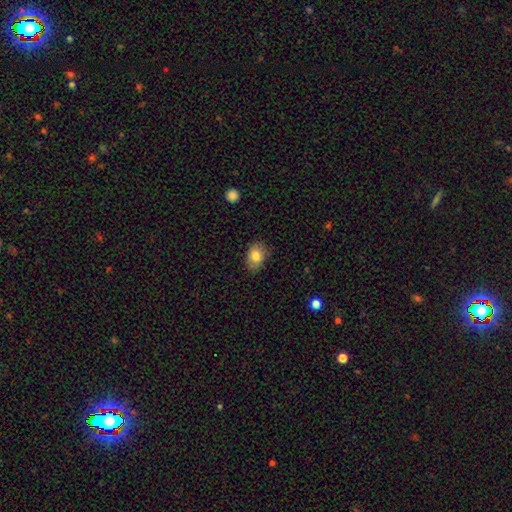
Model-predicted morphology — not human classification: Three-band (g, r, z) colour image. It shows a smooth galaxy with no disk features (82%) that is in between round and cigar-shaped (78%). Merging: none (80%).